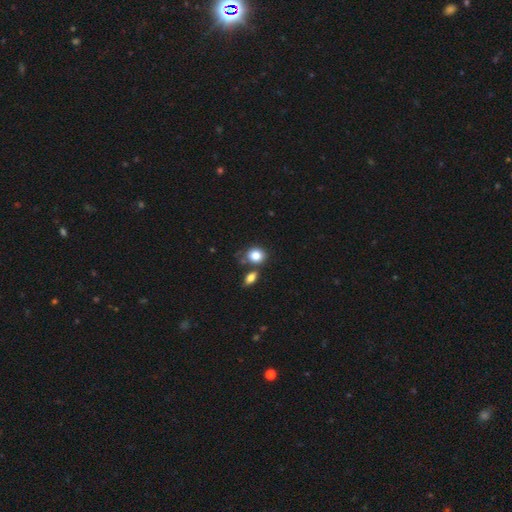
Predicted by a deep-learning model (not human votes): The model was most divided on "how rounded": round: 61%, in between: 38%, cigar-shaped: 1%. More confident: smooth or featured — smooth (84%); merging — none (60%).